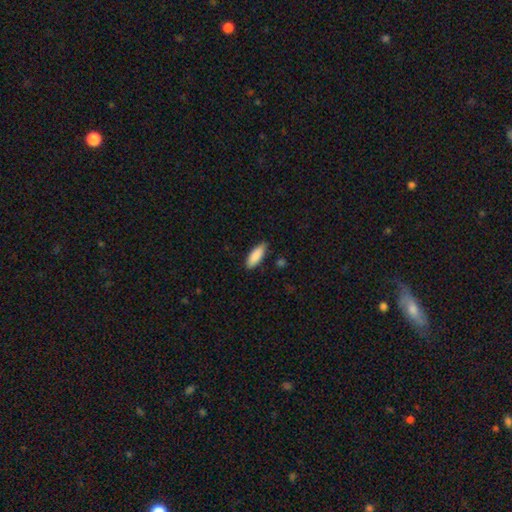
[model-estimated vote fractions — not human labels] Smooth or featured? Predicted: smooth (p=0.89). How rounded? Predicted: in between (p=0.67). Merging? Predicted: none (p=0.83).